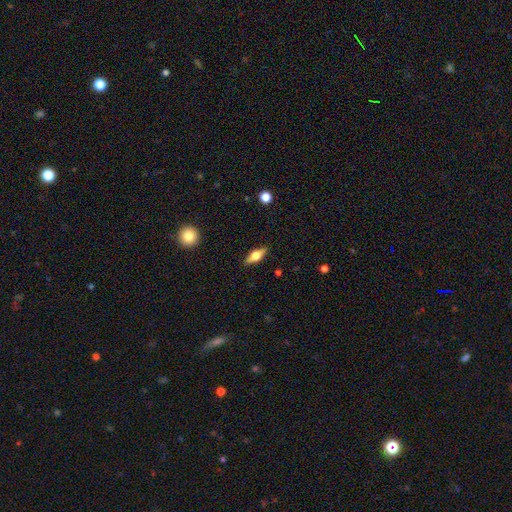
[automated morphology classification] The model was most divided on "smooth or featured": featured or disk: 52%, smooth: 41%, star or artifact: 7%. More confident: edge-on disk — yes (92%); merging — none (88%).